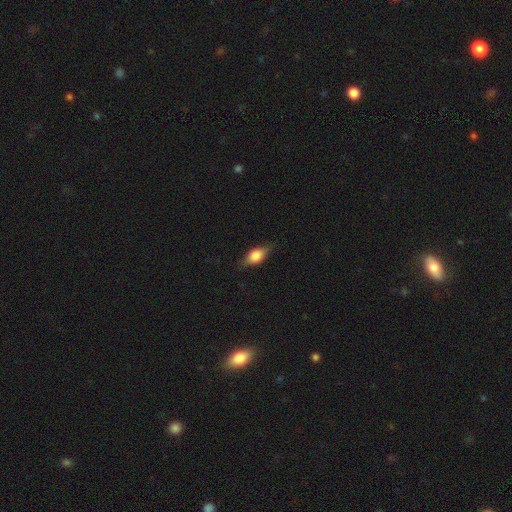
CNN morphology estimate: Q: Smooth or featured?
A: smooth (65%); runner-up: featured or disk (27%)
Q: How rounded?
A: in between (78%); runner-up: cigar-shaped (12%)
Q: Merging?
A: none (76%); runner-up: minor disturbance (18%)